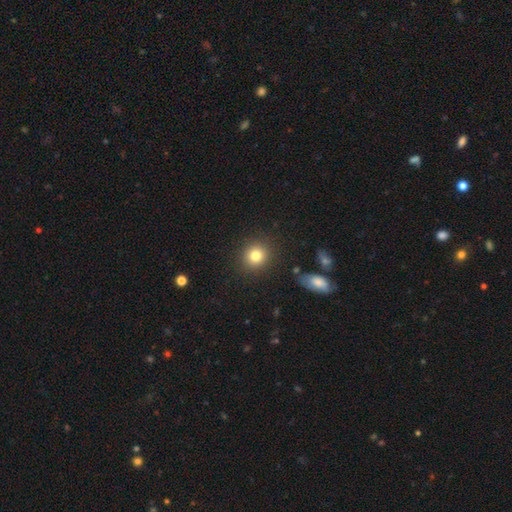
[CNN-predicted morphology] This appears to be a smooth galaxy with no disk features (81%) that is round (88%). Merging: none (89%).